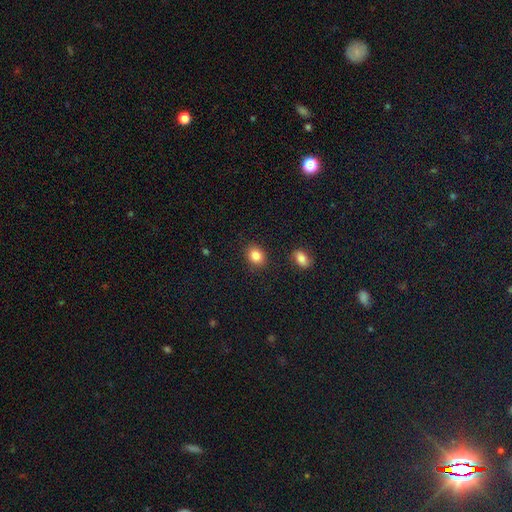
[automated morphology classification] Smooth or featured: smooth — 85% (star or artifact — 9%)
How rounded: in between — 56% (round — 43%)
Merging: none — 85% (minor disturbance — 9%)